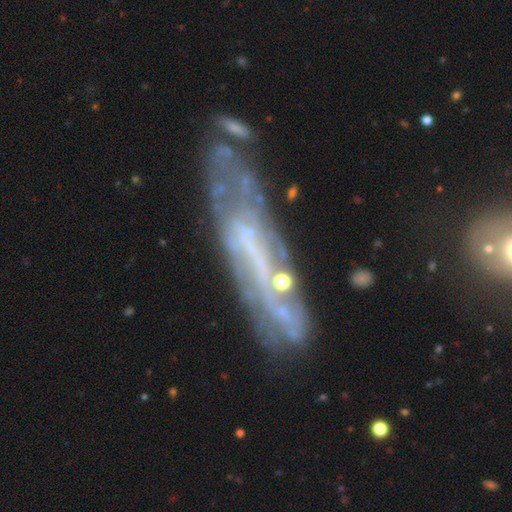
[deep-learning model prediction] Morphology: type=featured or disk (73%); edge-on=no (66%); merging=none (54%).